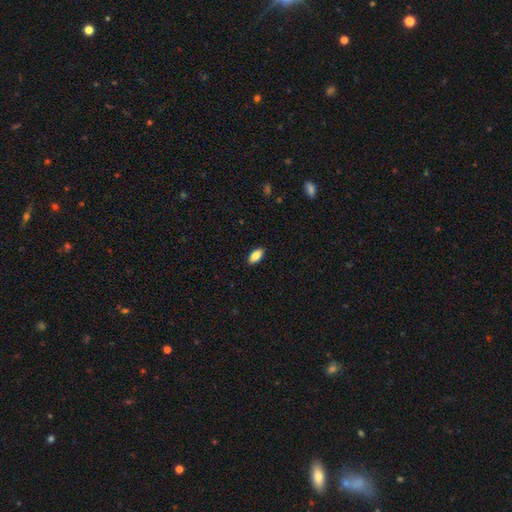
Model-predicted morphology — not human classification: Smooth or featured? Predicted: smooth (p=0.86). How rounded? Predicted: in between (p=0.90). Merging? Predicted: none (p=0.89).